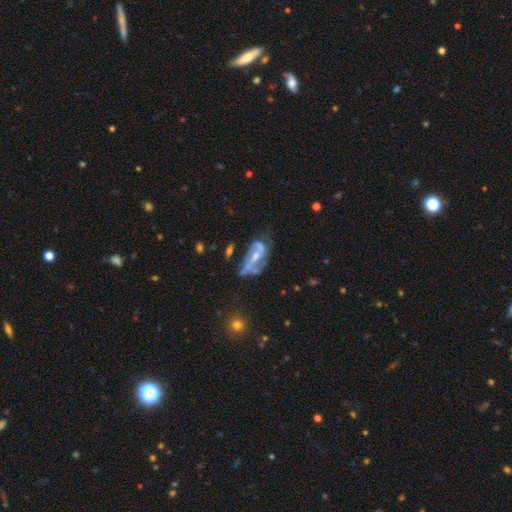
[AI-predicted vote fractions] Smooth or featured?
  - featured or disk: 75% *
  - smooth: 17%
  - star or artifact: 8%
Edge-on disk?
  - no: 93% *
  - yes: 7%
Bar?
  - no: 44% *
  - weak: 35%
  - strong: 21%
Spiral arms?
  - yes: 73% *
  - no: 27%
Spiral winding?
  - loose: 44% *
  - medium: 38%
  - tight: 18%
Spiral arm count?
  - 2: 69% *
  - can't tell: 17%
  - 1: 8%
  - 3: 4%
  - 4: 2%
  - more than 4: 1%
Bulge size?
  - moderate: 50% *
  - small: 39%
  - none: 6%
  - large: 3%
  - dominant: 1%
Merging?
  - none: 34% *
  - major disturbance: 30%
  - minor disturbance: 23%
  - merger: 13%